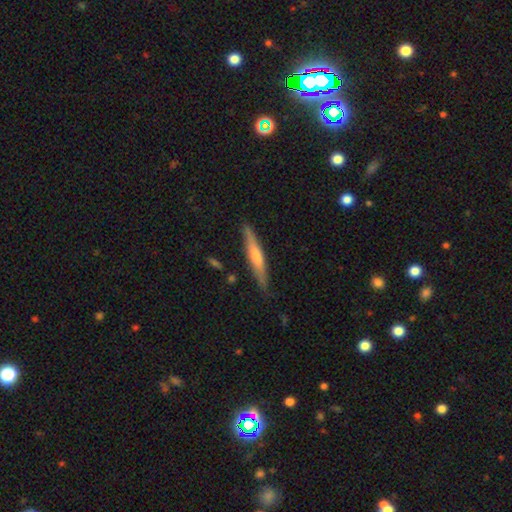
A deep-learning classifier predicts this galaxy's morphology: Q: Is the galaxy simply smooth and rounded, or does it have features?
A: featured or disk — 47%, tied with smooth.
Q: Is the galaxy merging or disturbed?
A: none — 84%.